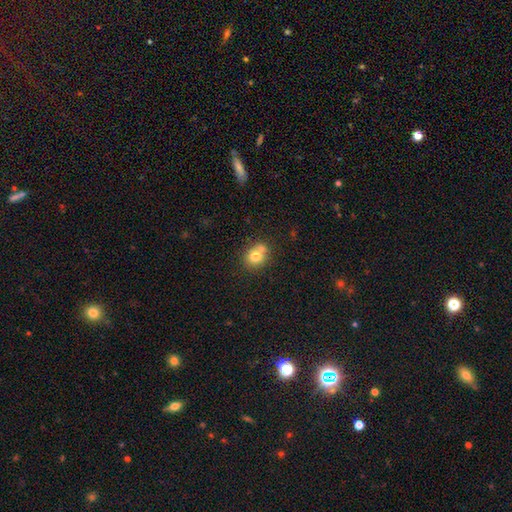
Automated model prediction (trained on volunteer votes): A smooth galaxy with no disk features (77%) that is round (74%).

Vote fractions:
- Smooth or featured? smooth: 77% / featured or disk: 12% / star or artifact: 11%
- How rounded? round: 74% / in between: 25% / cigar-shaped: 1%
- Merging? none: 54% / merger: 31% / minor disturbance: 12% / major disturbance: 3%